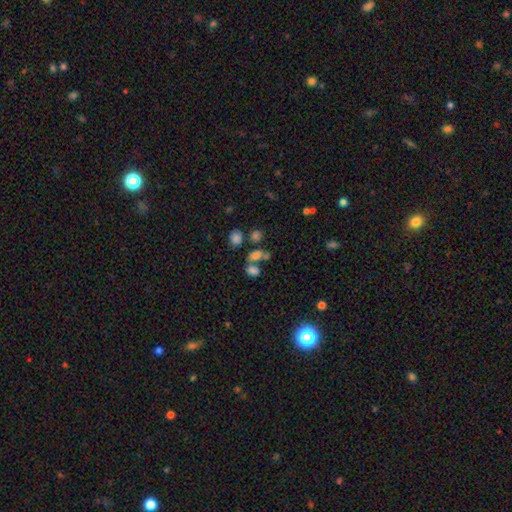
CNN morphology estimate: This is likely a smooth galaxy (71%). How rounded: likely in between (65%). Merging: marginally none (42%).